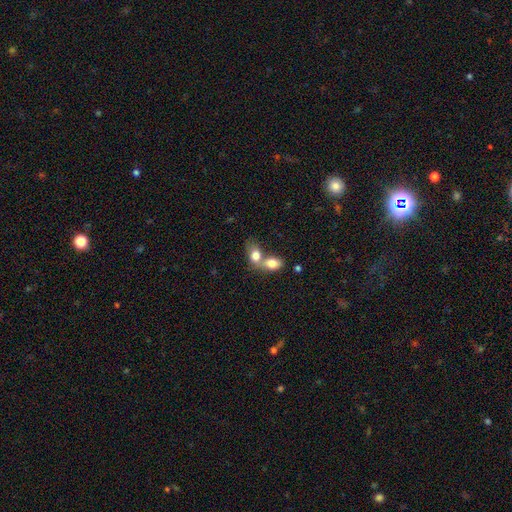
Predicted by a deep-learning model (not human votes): The model was most divided on "merging": merger: 72%, none: 19%, minor disturbance: 6%, major disturbance: 4%. More confident: smooth or featured — smooth (79%); how rounded — in between (77%).